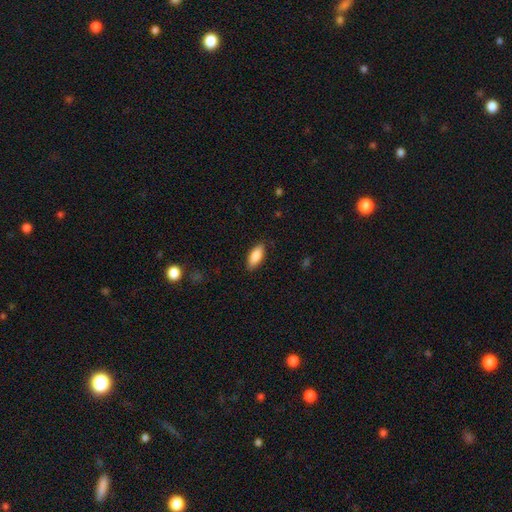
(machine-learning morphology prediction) smooth_or_featured: smooth (p=0.86) [alt: featured or disk p=0.08]
how_rounded: in between (p=0.80) [alt: cigar-shaped p=0.18]
merging: none (p=0.87) [alt: minor disturbance p=0.10]